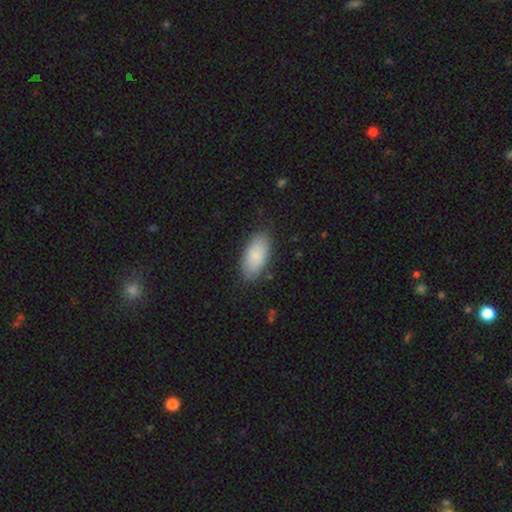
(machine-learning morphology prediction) Smooth or featured?
  - smooth: 85% *
  - featured or disk: 9%
  - star or artifact: 6%
How rounded?
  - in between: 93% *
  - cigar-shaped: 4%
  - round: 2%
Merging?
  - none: 84% *
  - minor disturbance: 12%
  - major disturbance: 3%
  - merger: 1%